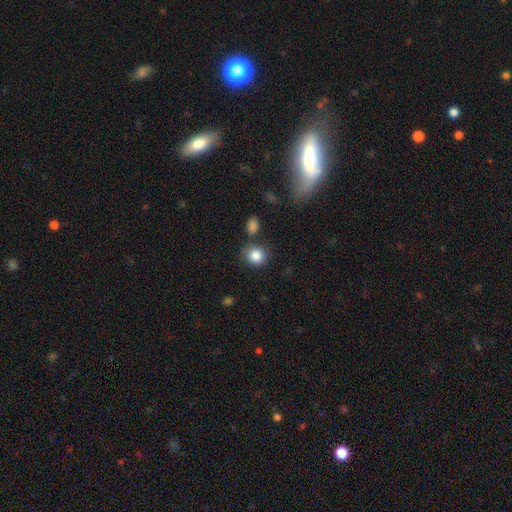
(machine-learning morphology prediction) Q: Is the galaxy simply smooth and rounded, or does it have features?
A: smooth — 85%.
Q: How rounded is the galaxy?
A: round — 82%.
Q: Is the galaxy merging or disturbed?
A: none — 77%.